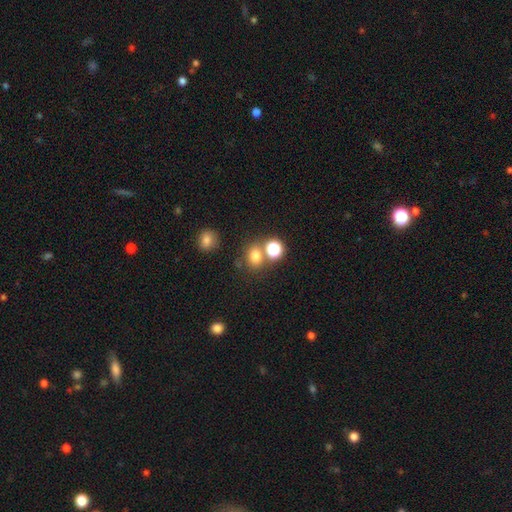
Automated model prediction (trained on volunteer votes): Q: Smooth or featured?
A: smooth (73%); runner-up: star or artifact (19%)
Q: How rounded?
A: round (61%); runner-up: in between (38%)
Q: Merging?
A: none (63%); runner-up: merger (23%)